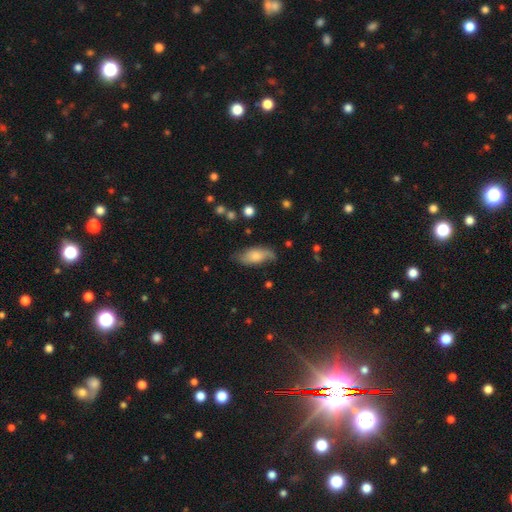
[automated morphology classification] smooth-or-featured: smooth: 61% | featured or disk: 31% | star or artifact: 7%
  how-rounded: in between: 85% | cigar-shaped: 12% | round: 3%
  merging: none: 60% | minor disturbance: 29% | major disturbance: 9% | merger: 2%